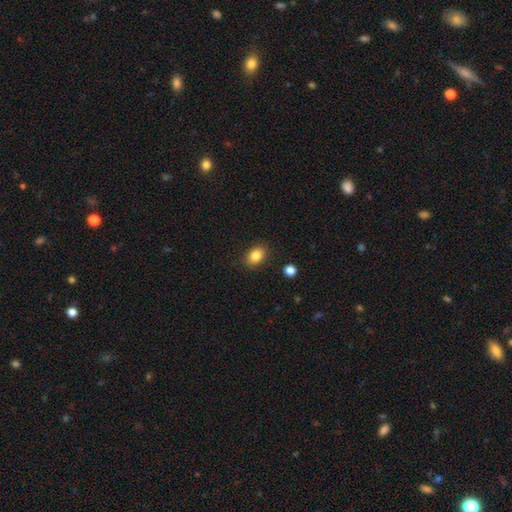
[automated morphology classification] type=smooth (85%); roundness=in between (77%); merging=none (87%).